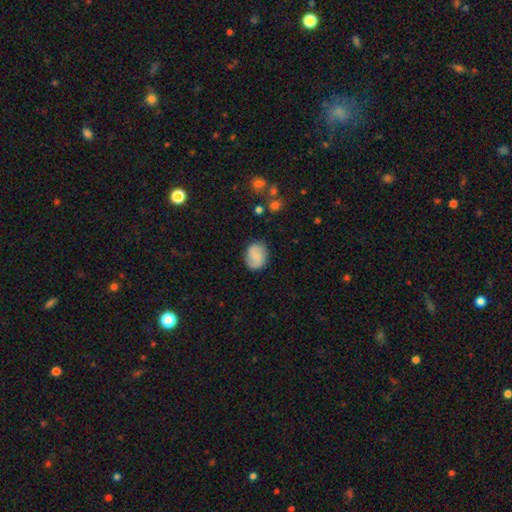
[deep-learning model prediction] Overall: smooth (64%; featured or disk 28%). How rounded: in between (51%; round 48%). Merging: none (79%).